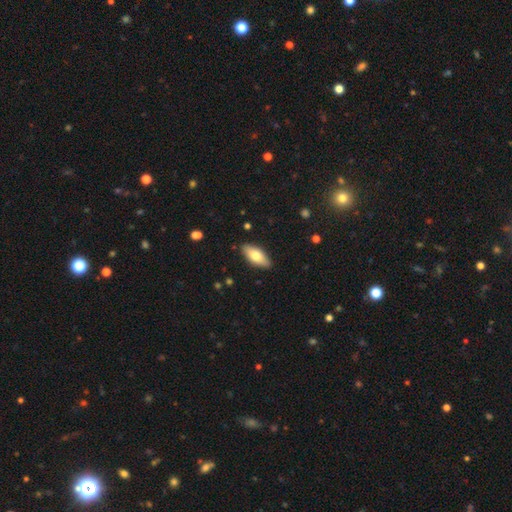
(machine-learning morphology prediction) Overall: smooth (71%). How rounded: in between (83%). Merging: none (88%).